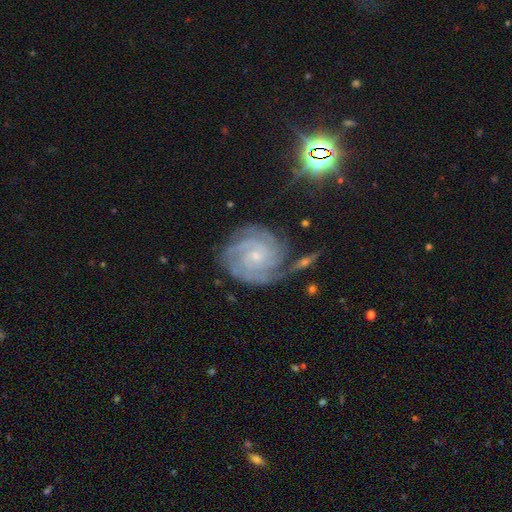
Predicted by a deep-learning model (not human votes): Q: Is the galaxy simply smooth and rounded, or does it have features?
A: featured or disk — 87%.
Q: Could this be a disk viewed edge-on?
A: no — 98%.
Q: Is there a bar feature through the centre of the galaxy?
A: no — 68%.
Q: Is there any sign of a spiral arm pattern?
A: yes — 98%.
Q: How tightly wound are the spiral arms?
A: tight — 78%.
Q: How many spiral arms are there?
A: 3 — 29%.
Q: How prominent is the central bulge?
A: small — 79%.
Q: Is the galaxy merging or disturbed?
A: none — 72%.